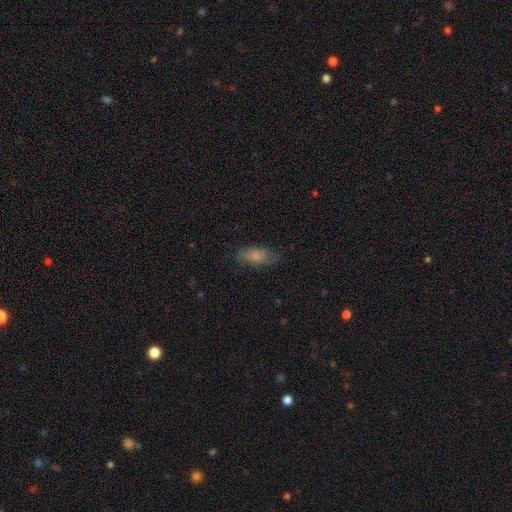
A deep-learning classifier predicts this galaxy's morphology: A smooth galaxy with no disk features (73%) that is in between round and cigar-shaped (81%). Merging: none (72%).